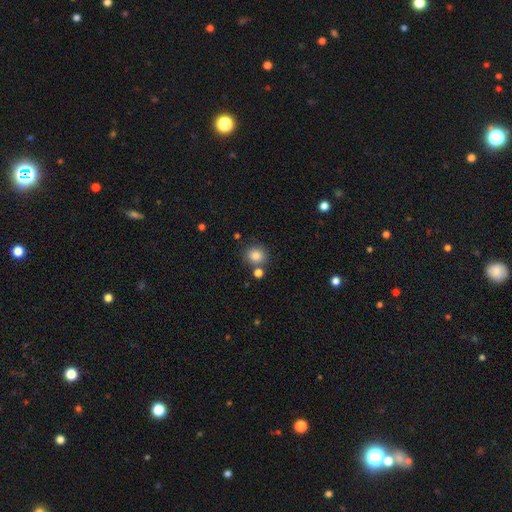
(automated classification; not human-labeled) Smooth or featured?
  - smooth: 84% *
  - star or artifact: 11%
  - featured or disk: 6%
How rounded?
  - round: 86% *
  - in between: 13%
  - cigar-shaped: 1%
Merging?
  - none: 75% *
  - merger: 12%
  - minor disturbance: 10%
  - major disturbance: 3%